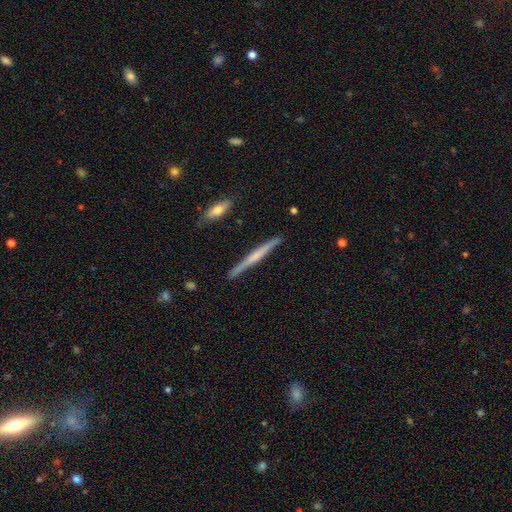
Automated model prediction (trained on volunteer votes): smooth_or_featured: featured or disk (p=0.62) [alt: smooth p=0.32]
disk_edge_on: yes (p=0.98) [alt: no p=0.02]
edge_on_bulge: rounded (p=0.45) [alt: none p=0.42]
merging: none (p=0.89) [alt: minor disturbance p=0.08]